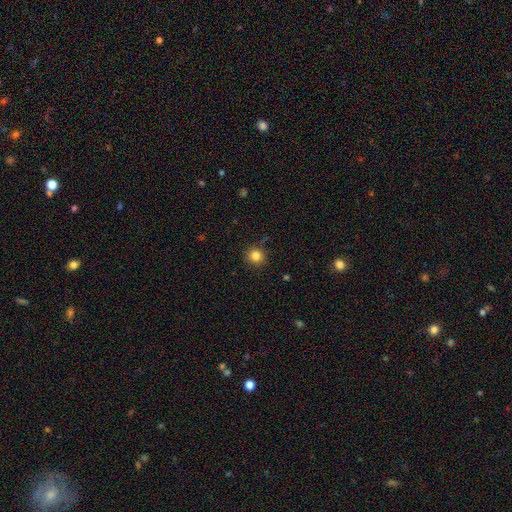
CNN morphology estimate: smooth-or-featured: smooth: 83% | star or artifact: 12% | featured or disk: 5%
  how-rounded: round: 92% | in between: 7% | cigar-shaped: 1%
  merging: none: 89% | minor disturbance: 8% | major disturbance: 2% | merger: 2%